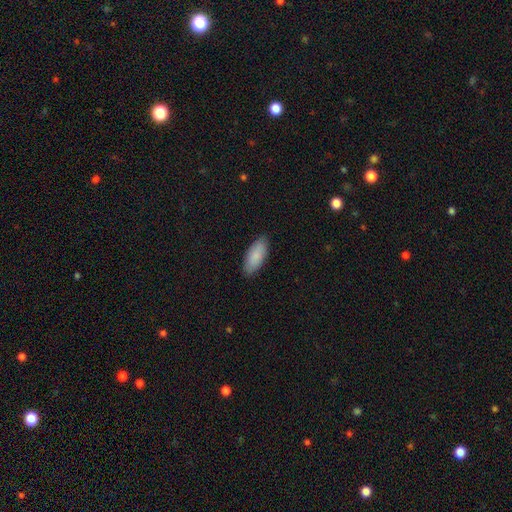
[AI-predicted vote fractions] A smooth galaxy with no disk features (87%) that is in between round and cigar-shaped (83%). Merging: none (86%).